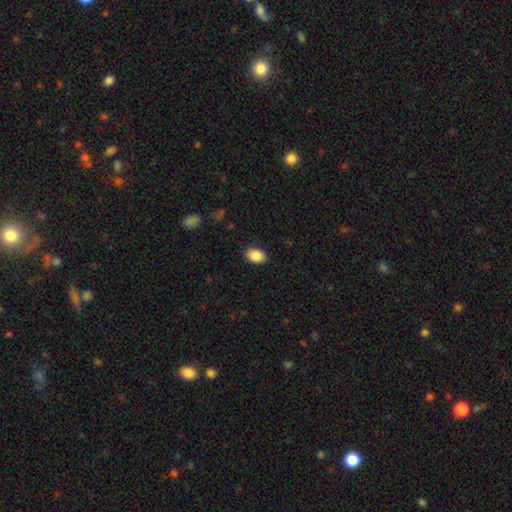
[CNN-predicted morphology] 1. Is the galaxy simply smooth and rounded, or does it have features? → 88% smooth, 7% star or artifact, 5% featured or disk.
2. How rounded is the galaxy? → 85% in between, 14% round, 1% cigar-shaped.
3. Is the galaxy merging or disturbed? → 88% none, 9% minor disturbance, 2% major disturbance, 1% merger.